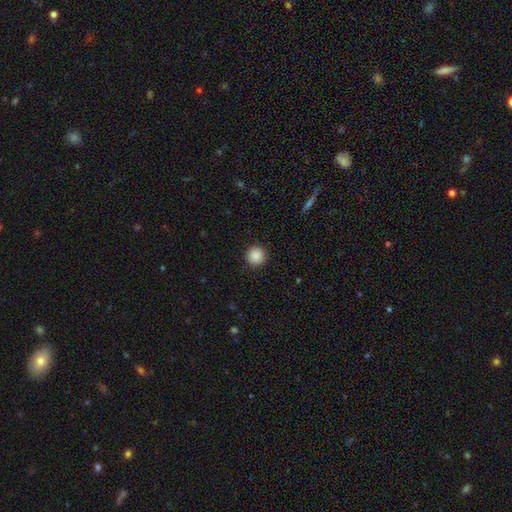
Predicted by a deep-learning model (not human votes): Smooth or featured? smooth (88%)
How rounded? round (95%)
Merging? none (92%)